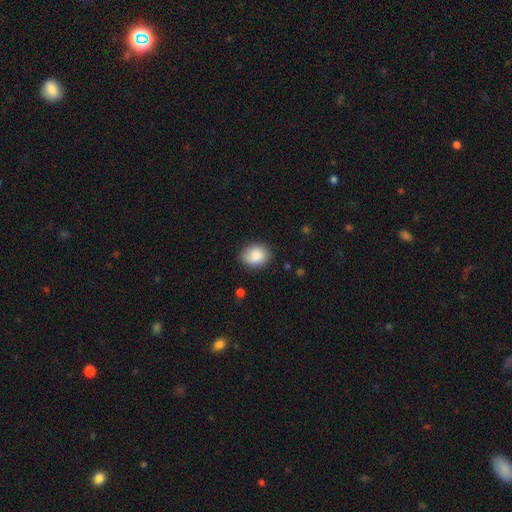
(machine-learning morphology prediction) Q: Smooth or featured?
A: smooth (87%); runner-up: star or artifact (7%)
Q: How rounded?
A: round (56%); runner-up: in between (43%)
Q: Merging?
A: none (81%); runner-up: minor disturbance (15%)